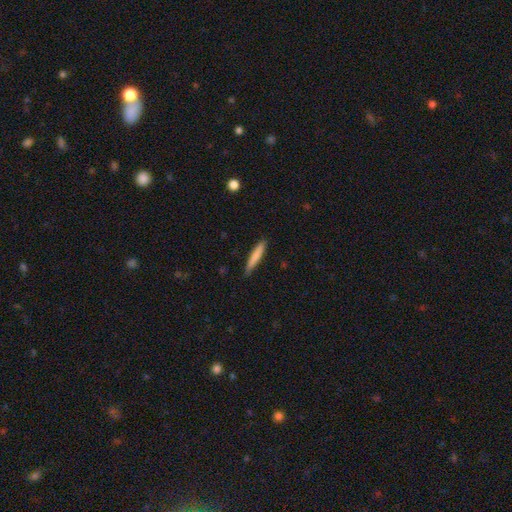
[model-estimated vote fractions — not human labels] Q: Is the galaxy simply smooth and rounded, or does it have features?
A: smooth — 78%.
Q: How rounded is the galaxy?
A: cigar-shaped — 94%.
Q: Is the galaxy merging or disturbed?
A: none — 87%.